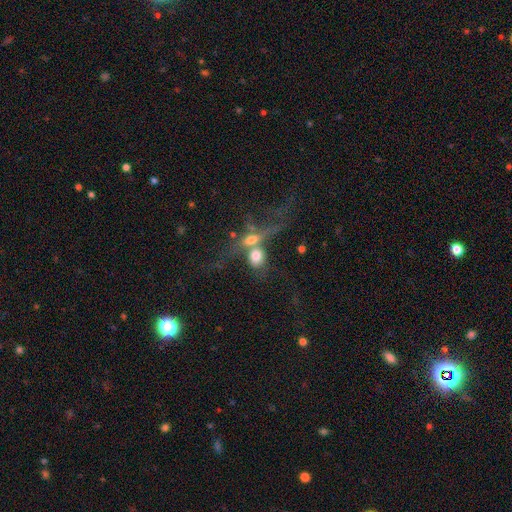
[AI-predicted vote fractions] Overall: smooth (59%; featured or disk 29%). How rounded: round (47%; in between 46%). Merging: merger (64%).